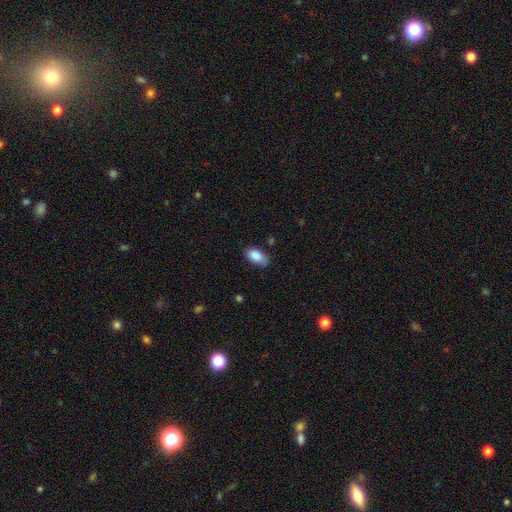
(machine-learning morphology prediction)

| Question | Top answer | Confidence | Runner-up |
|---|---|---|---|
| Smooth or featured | smooth | 88% | star or artifact (7%) |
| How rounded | in between | 93% | round (4%) |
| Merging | none | 74% | minor disturbance (21%) |